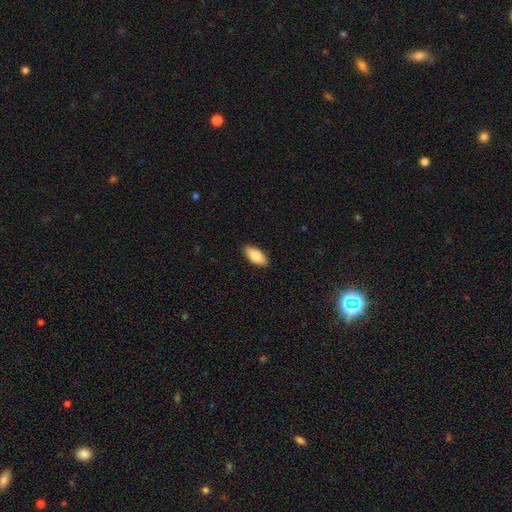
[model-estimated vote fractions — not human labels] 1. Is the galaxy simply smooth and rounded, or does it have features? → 83% smooth, 11% featured or disk, 6% star or artifact.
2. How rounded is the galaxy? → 91% in between, 7% cigar-shaped, 2% round.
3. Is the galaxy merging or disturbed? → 89% none, 8% minor disturbance, 2% major disturbance, 1% merger.